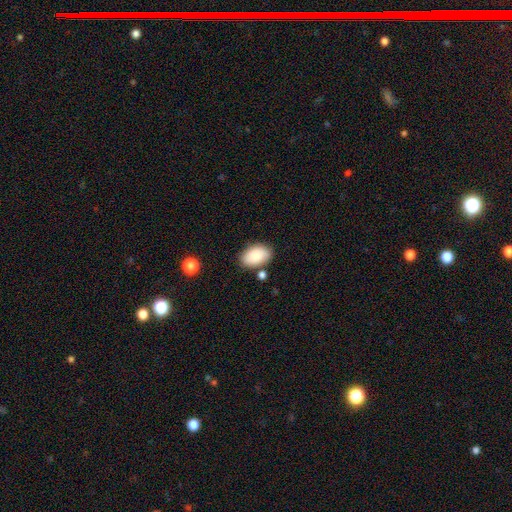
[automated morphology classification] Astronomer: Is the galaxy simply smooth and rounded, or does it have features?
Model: smooth — 85%.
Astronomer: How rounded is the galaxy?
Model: in between — 90%.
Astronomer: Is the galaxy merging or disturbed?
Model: none — 77%.